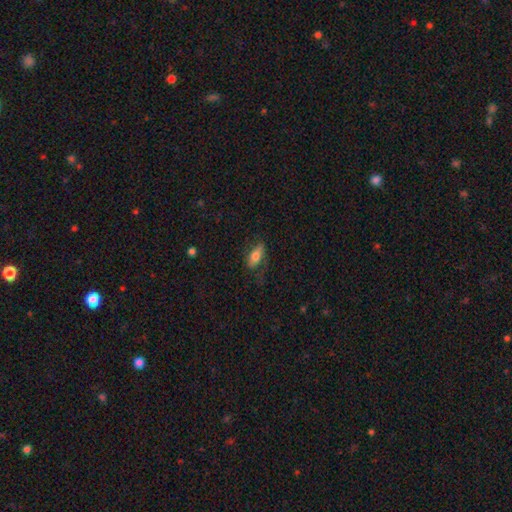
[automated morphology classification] A smooth galaxy with no disk features (70%) that is in between round and cigar-shaped (78%).

Vote fractions:
- Smooth or featured? smooth: 70% / featured or disk: 23% / star or artifact: 7%
- How rounded? in between: 78% / cigar-shaped: 19% / round: 3%
- Merging? none: 65% / minor disturbance: 23% / major disturbance: 11% / merger: 2%